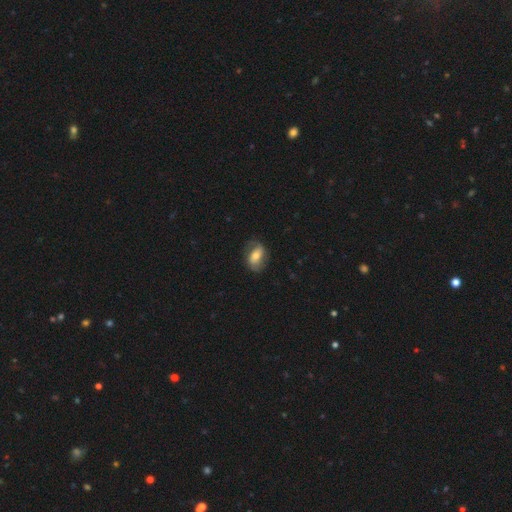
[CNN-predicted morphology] Q: Smooth or featured?
A: featured or disk (54%); runner-up: smooth (39%)
Q: Edge-on disk?
A: no (94%); runner-up: yes (6%)
Q: Bar?
A: weak (37%); runner-up: no (33%)
Q: Spiral arms?
A: yes (79%); runner-up: no (21%)
Q: Bulge size?
A: moderate (59%); runner-up: small (26%)
Q: Merging?
A: none (71%); runner-up: minor disturbance (20%)